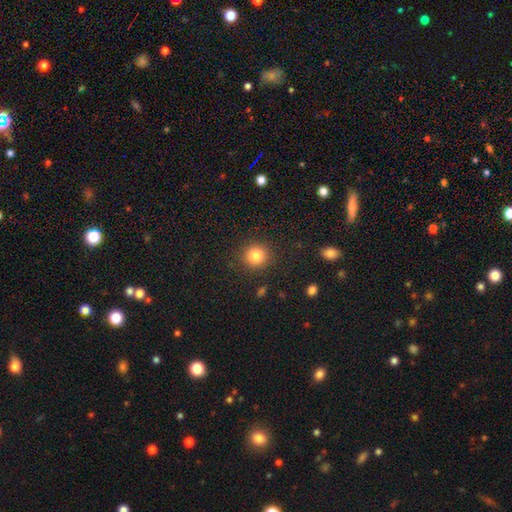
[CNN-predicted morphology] smooth-or-featured: smooth: 84% | star or artifact: 11% | featured or disk: 5%
  how-rounded: round: 91% | in between: 8% | cigar-shaped: 1%
  merging: none: 90% | minor disturbance: 6% | major disturbance: 3% | merger: 1%